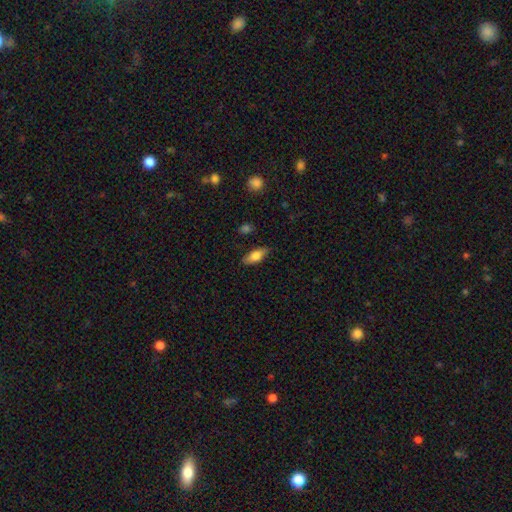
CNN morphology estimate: Smooth or featured?
  - smooth: 75% *
  - featured or disk: 18%
  - star or artifact: 7%
How rounded?
  - in between: 75% *
  - cigar-shaped: 22%
  - round: 3%
Merging?
  - none: 81% *
  - minor disturbance: 15%
  - major disturbance: 3%
  - merger: 2%